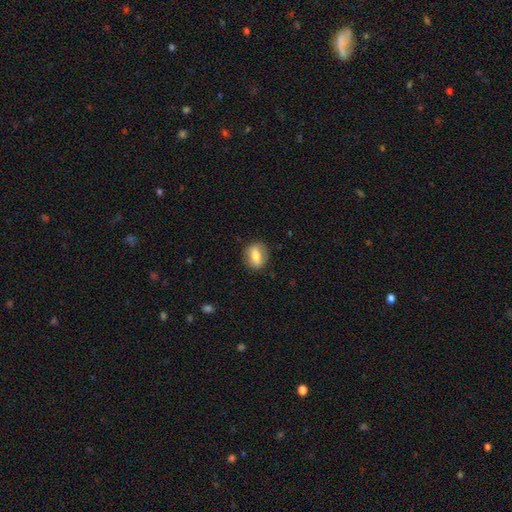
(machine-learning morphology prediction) This is likely a smooth galaxy (64%). How rounded: possibly in between (54%). Merging: clearly none (84%).